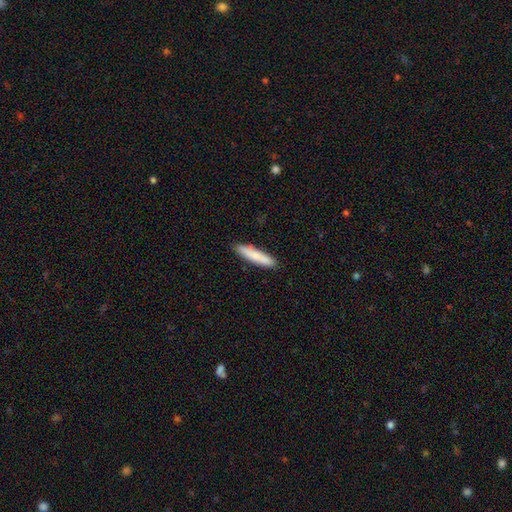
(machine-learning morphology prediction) A smooth galaxy with no disk features (80%) that is cigar-shaped (86%). Merging: none (89%).